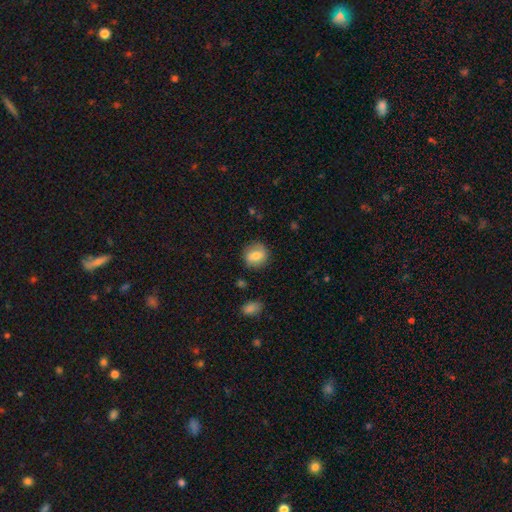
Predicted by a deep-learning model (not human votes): smooth-or-featured: smooth: 73% | featured or disk: 19% | star or artifact: 8%
  how-rounded: round: 78% | in between: 21% | cigar-shaped: 1%
  merging: none: 82% | minor disturbance: 13% | major disturbance: 4% | merger: 2%